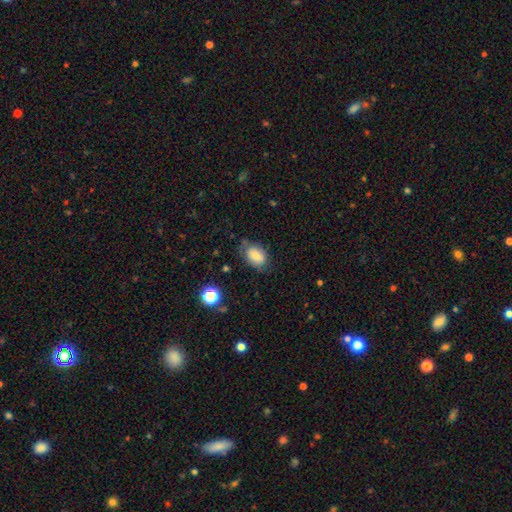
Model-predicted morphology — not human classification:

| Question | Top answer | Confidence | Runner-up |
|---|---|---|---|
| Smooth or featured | smooth | 75% | featured or disk (16%) |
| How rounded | in between | 80% | round (19%) |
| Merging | none | 64% | minor disturbance (25%) |